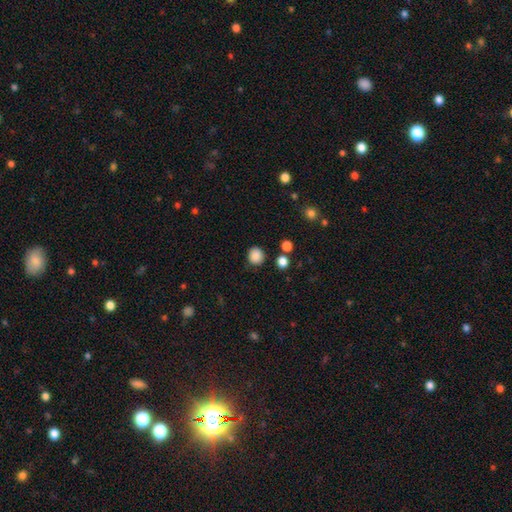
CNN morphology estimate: type=smooth (86%); roundness=round (86%); merging=none (84%).